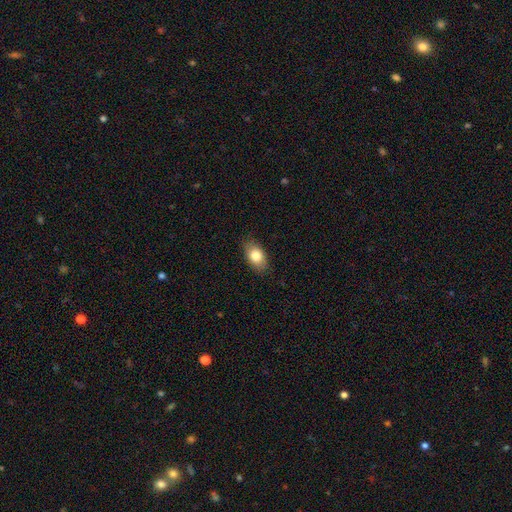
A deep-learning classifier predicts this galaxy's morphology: smooth-or-featured: smooth: 82% | featured or disk: 10% | star or artifact: 8%
  how-rounded: in between: 87% | round: 10% | cigar-shaped: 2%
  merging: none: 85% | minor disturbance: 12% | major disturbance: 3% | merger: 1%